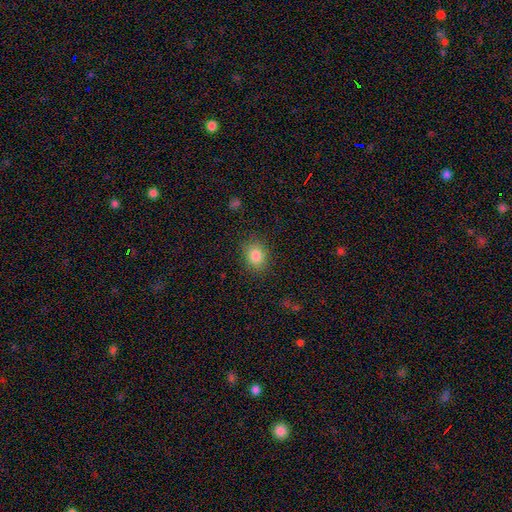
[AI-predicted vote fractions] Smooth or featured? Predicted: smooth (p=0.83). How rounded? Predicted: in between (p=0.52). Merging? Predicted: none (p=0.86).